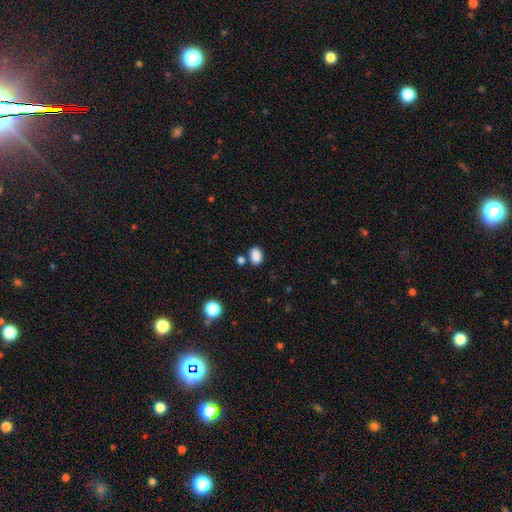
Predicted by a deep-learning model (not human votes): A smooth galaxy with no disk features (86%) that is in between round and cigar-shaped (80%).

Vote fractions:
- Smooth or featured? smooth: 86% / star or artifact: 10% / featured or disk: 4%
- How rounded? in between: 80% / round: 19% / cigar-shaped: 1%
- Merging? none: 73% / minor disturbance: 12% / merger: 12% / major disturbance: 3%